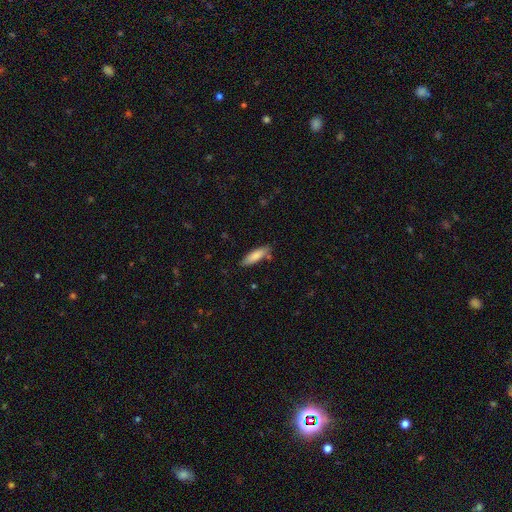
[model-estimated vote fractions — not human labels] A smooth galaxy with no disk features (81%) that is cigar-shaped (56%).

Vote fractions:
- Smooth or featured? smooth: 81% / featured or disk: 13% / star or artifact: 6%
- How rounded? cigar-shaped: 56% / in between: 42% / round: 1%
- Merging? none: 80% / minor disturbance: 14% / merger: 4% / major disturbance: 3%